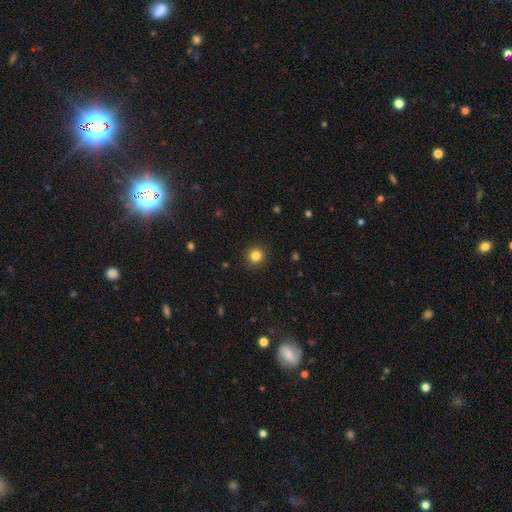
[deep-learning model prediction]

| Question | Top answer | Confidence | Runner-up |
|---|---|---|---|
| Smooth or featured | smooth | 83% | star or artifact (12%) |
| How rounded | round | 94% | in between (5%) |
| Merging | none | 92% | minor disturbance (5%) |